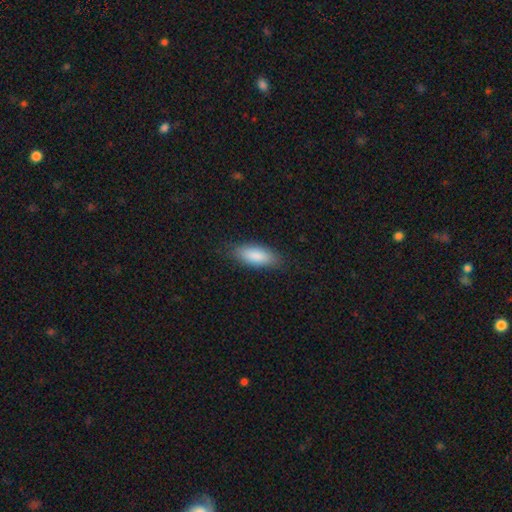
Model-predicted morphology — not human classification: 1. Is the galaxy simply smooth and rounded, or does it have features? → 87% smooth, 8% featured or disk, 6% star or artifact.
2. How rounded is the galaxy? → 78% in between, 20% cigar-shaped, 2% round.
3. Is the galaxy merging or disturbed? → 84% none, 12% minor disturbance, 3% major disturbance, 1% merger.